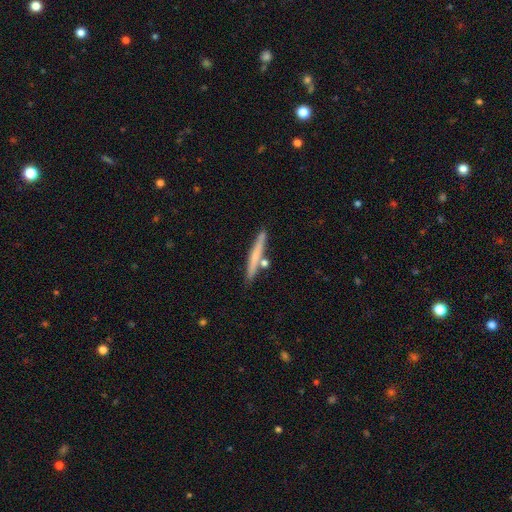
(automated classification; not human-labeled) Morphology: type=smooth (56%); roundness=cigar-shaped (95%); merging=none (81%).